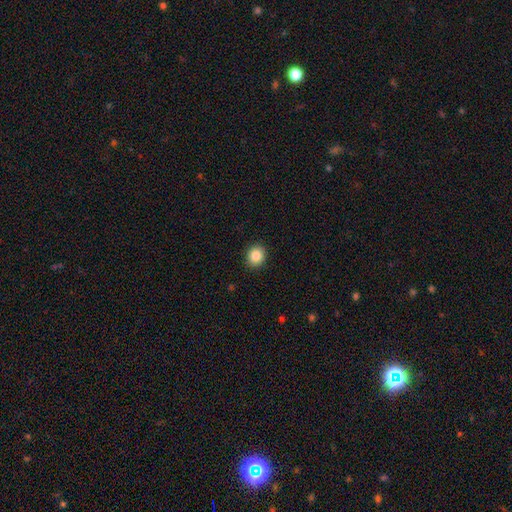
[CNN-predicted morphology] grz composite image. It shows a smooth galaxy with no disk features (86%) that is round (73%). Merging: none (91%).